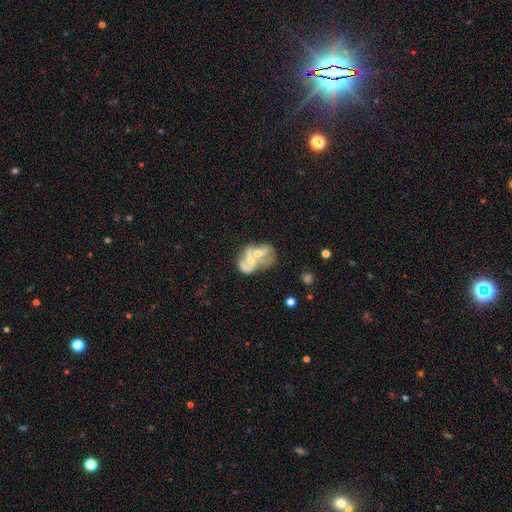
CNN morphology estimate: type=featured or disk (59%); edge-on=no (97%); bar=no (79%); spiral arms=no (67%); bulge=moderate (46%); merging=merger (63%).